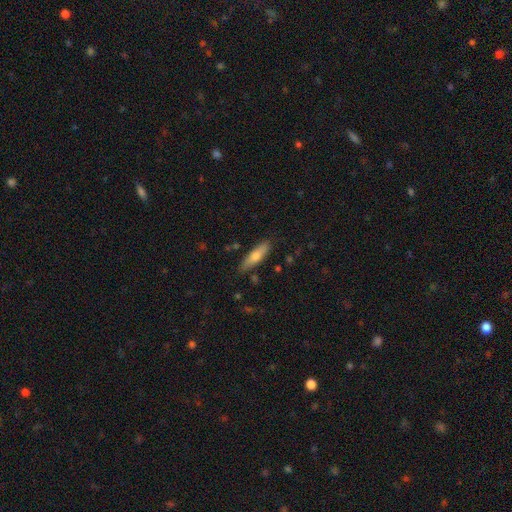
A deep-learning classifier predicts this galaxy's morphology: Smooth or featured: smooth — 66% (featured or disk — 28%)
How rounded: cigar-shaped — 65% (in between — 33%)
Merging: none — 84% (minor disturbance — 12%)